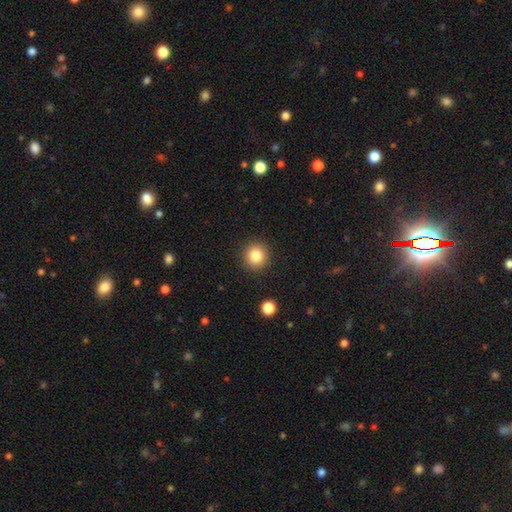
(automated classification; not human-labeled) Morphology: type=smooth (84%); roundness=round (93%); merging=none (91%).